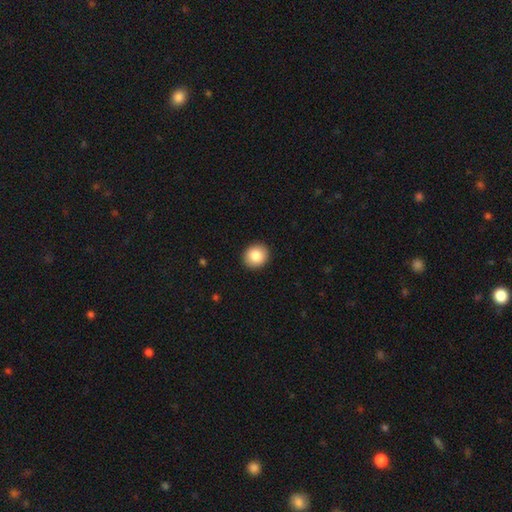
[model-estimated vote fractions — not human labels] A smooth galaxy with no disk features (85%) that is round (80%).

Vote fractions:
- Smooth or featured? smooth: 85% / star or artifact: 8% / featured or disk: 7%
- How rounded? round: 80% / in between: 19% / cigar-shaped: 1%
- Merging? none: 92% / minor disturbance: 5% / major disturbance: 2% / merger: 1%